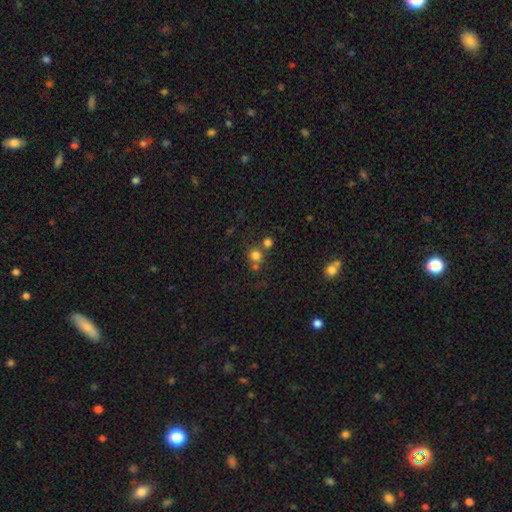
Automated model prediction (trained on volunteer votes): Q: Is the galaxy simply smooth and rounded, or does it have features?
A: smooth — 76%.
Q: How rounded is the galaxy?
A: round — 89%.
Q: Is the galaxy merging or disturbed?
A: none — 61%.